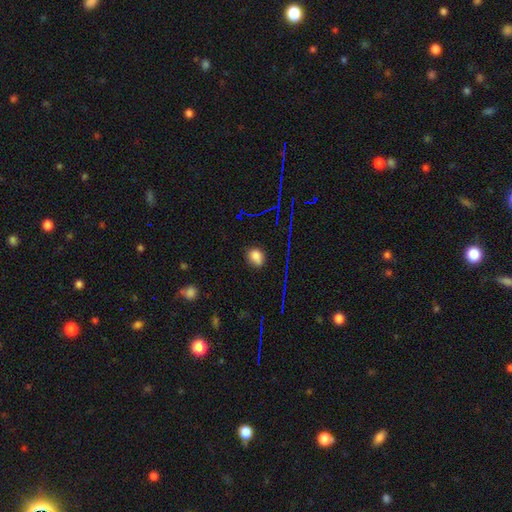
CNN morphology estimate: Smooth or featured: smooth — 77% (star or artifact — 16%)
How rounded: in between — 56% (round — 42%)
Merging: none — 82% (minor disturbance — 13%)